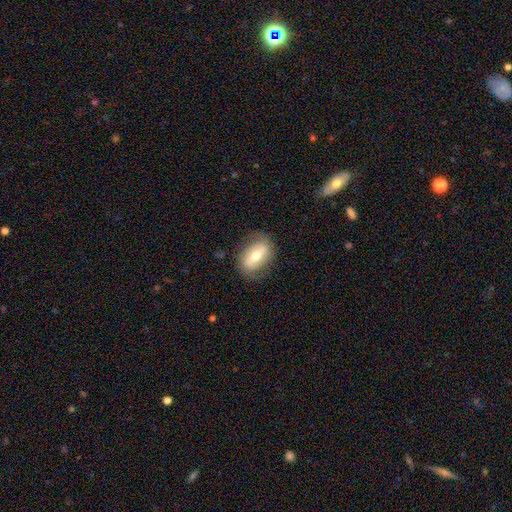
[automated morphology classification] Smooth or featured: featured or disk — 49% (smooth — 45%)
Merging: none — 76% (minor disturbance — 17%)